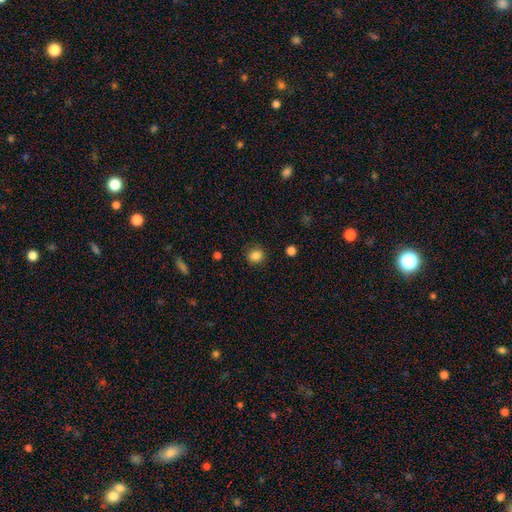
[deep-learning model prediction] Smooth or featured?
  - smooth: 85% *
  - star or artifact: 11%
  - featured or disk: 4%
How rounded?
  - round: 80% *
  - in between: 19%
  - cigar-shaped: 1%
Merging?
  - none: 86% *
  - minor disturbance: 10%
  - major disturbance: 3%
  - merger: 1%